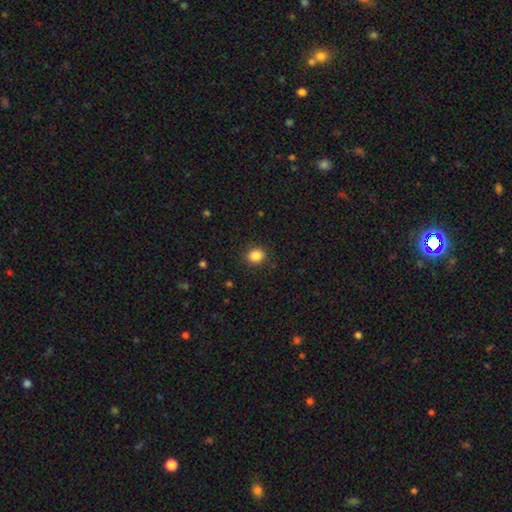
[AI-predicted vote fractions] smooth_or_featured: smooth (p=0.86) [alt: star or artifact p=0.10]
how_rounded: round (p=0.72) [alt: in between p=0.27]
merging: none (p=0.89) [alt: minor disturbance p=0.07]